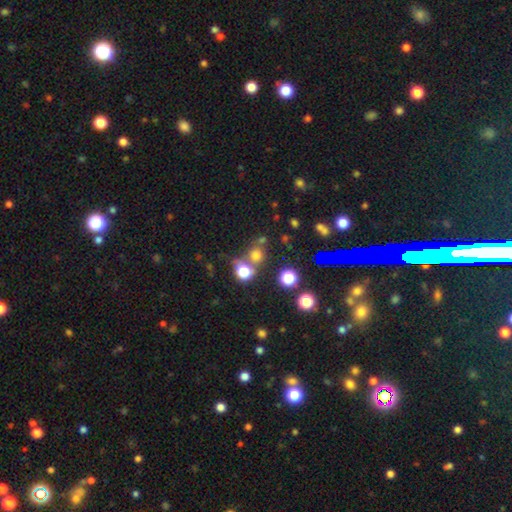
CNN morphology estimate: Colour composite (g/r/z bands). It shows a smooth galaxy with no disk features (65%) that is round (85%). Merging: none (62%).